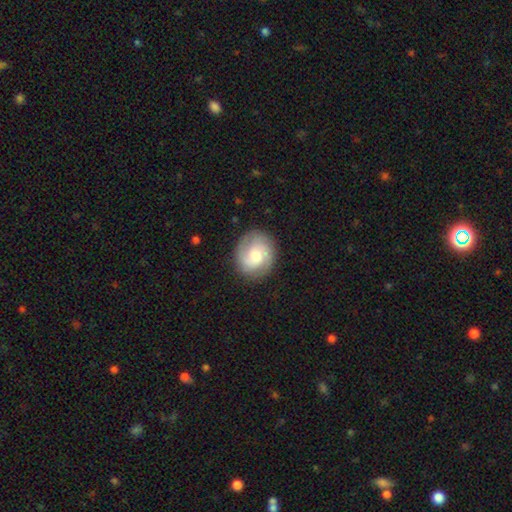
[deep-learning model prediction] The model was most divided on "spiral winding" (2-way tie): medium: 43%, tight: 43%, loose: 15%. More confident: edge-on disk — no (98%); spiral arms — yes (92%); merging — none (83%); smooth or featured — featured or disk (62%); bar — no (61%); bulge size — moderate (56%); spiral arm count — 2 (51%).